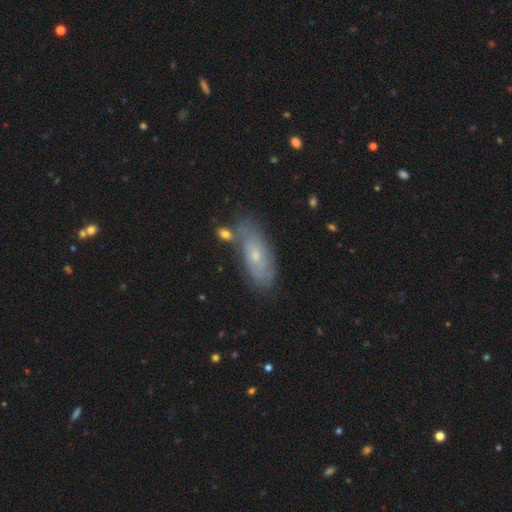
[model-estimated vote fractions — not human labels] A featured or disk galaxy (52%). Merging: none (68%).